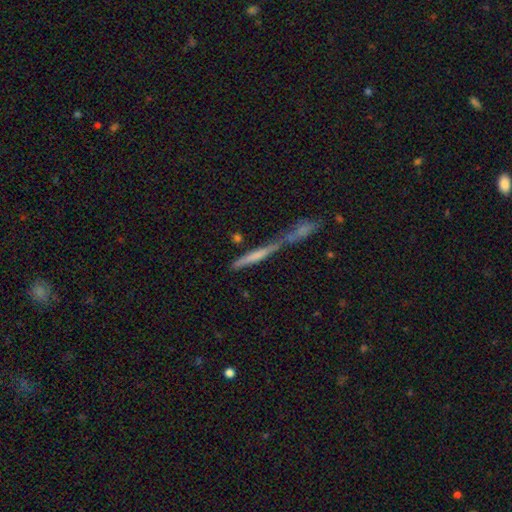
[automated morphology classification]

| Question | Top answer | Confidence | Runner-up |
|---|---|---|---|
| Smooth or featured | smooth | 52% | featured or disk (38%) |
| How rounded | cigar-shaped | 91% | in between (6%) |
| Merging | merger | 54% | none (30%) |